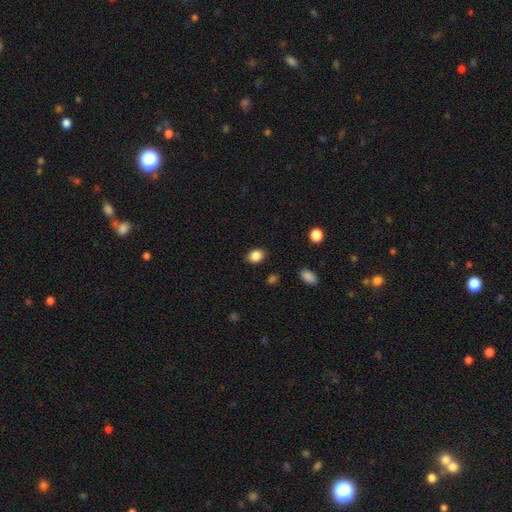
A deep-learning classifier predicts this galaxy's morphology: This appears to be a smooth galaxy with no disk features (86%) that is in between round and cigar-shaped (62%). Merging: none (86%).